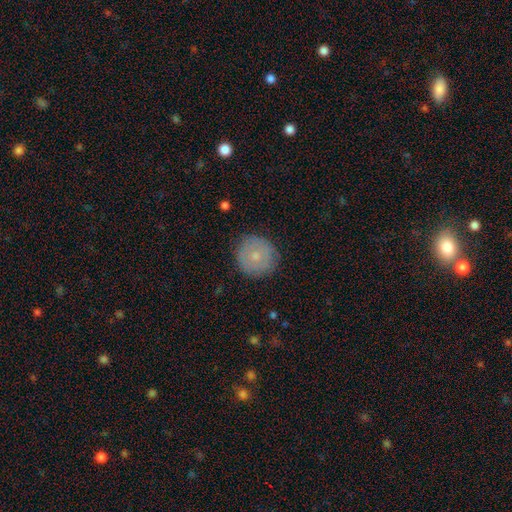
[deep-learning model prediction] Q: Smooth or featured?
A: smooth (70%); runner-up: featured or disk (22%)
Q: How rounded?
A: round (95%); runner-up: in between (4%)
Q: Merging?
A: none (87%); runner-up: minor disturbance (10%)